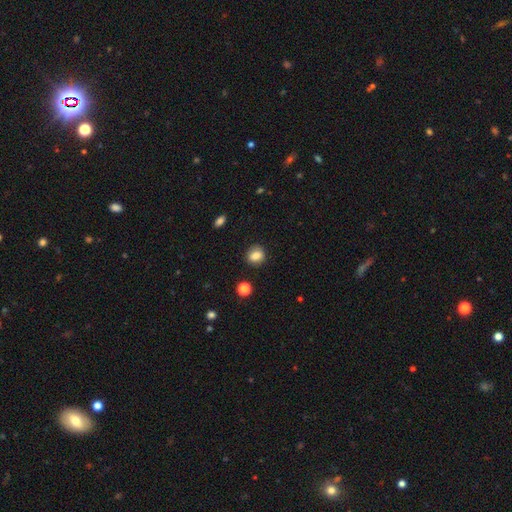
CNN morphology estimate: A smooth galaxy with no disk features (84%) that is round (69%). Merging: none (86%).